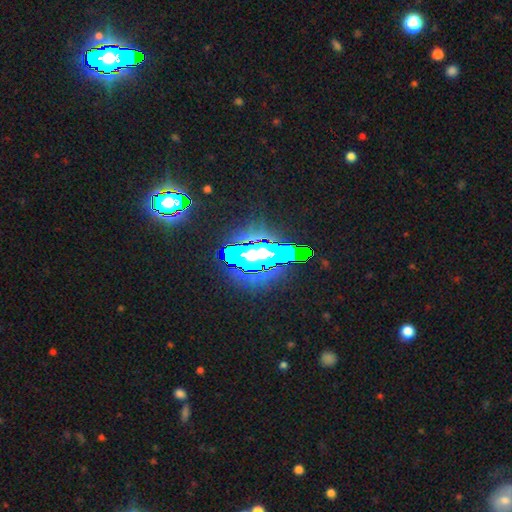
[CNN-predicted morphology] Smooth or featured?
  - star or artifact: 56% *
  - featured or disk: 23%
  - smooth: 21%